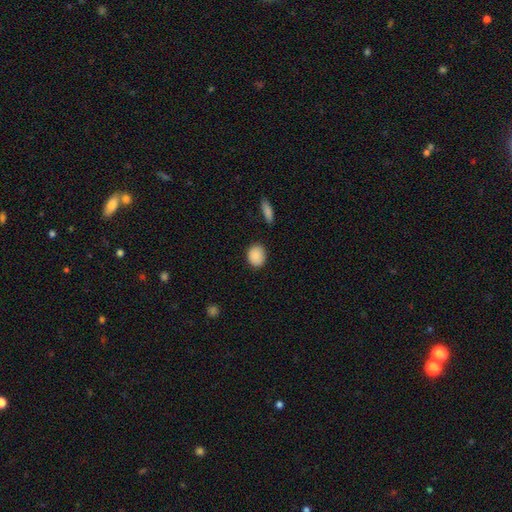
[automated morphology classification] Overall: smooth (89%). How rounded: round (52%; in between 46%). Merging: none (84%).